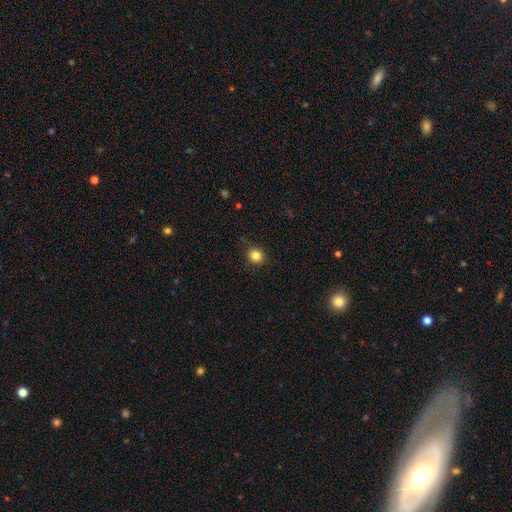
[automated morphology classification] This appears to be a smooth galaxy with no disk features (84%) that is round (84%). Merging: none (83%).